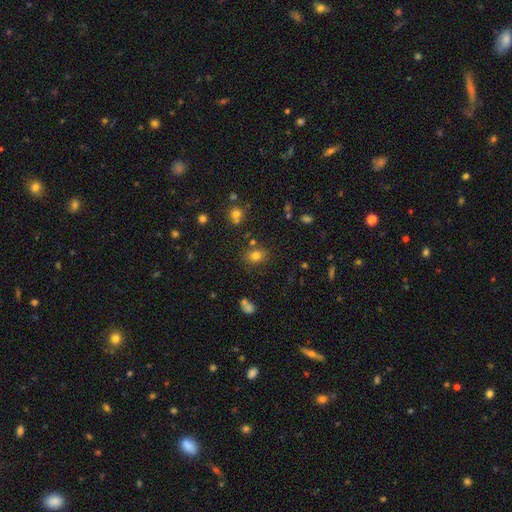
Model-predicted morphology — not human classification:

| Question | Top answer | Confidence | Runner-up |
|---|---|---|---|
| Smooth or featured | smooth | 76% | star or artifact (16%) |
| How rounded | round | 50% | in between (49%) |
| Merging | none | 79% | minor disturbance (12%) |